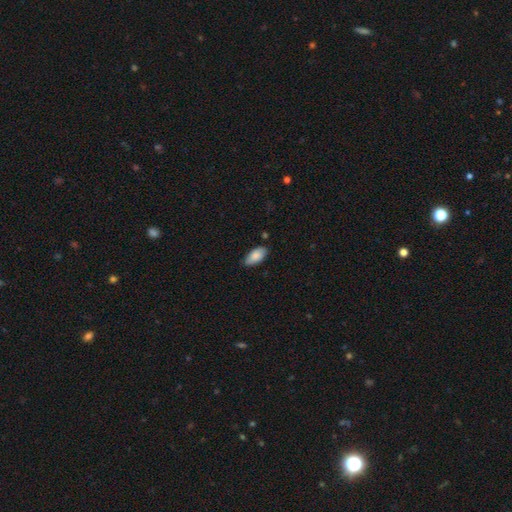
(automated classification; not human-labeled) Morphology: type=smooth (85%); roundness=in between (93%); merging=none (77%).